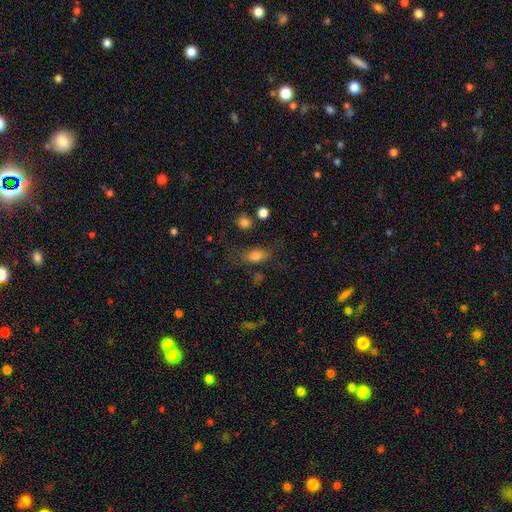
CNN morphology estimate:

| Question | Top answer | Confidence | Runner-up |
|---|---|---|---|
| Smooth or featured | smooth | 75% | featured or disk (13%) |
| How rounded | in between | 79% | round (13%) |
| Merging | none | 59% | minor disturbance (21%) |